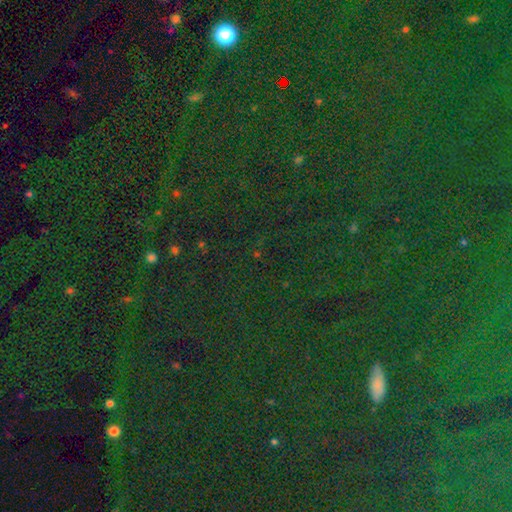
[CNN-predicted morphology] Smooth or featured? star or artifact (77%)